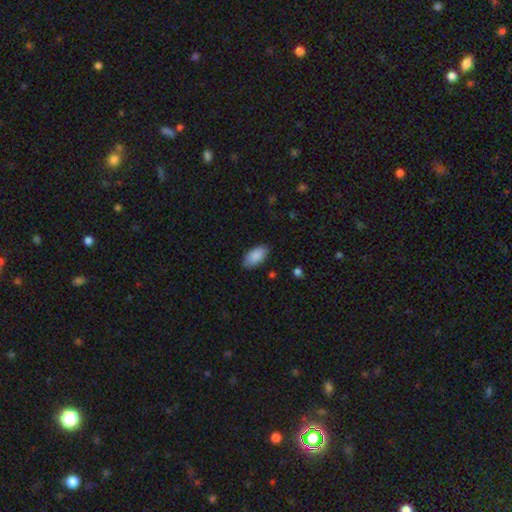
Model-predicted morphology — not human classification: Smooth or featured? Predicted: smooth (p=0.88). How rounded? Predicted: in between (p=0.94). Merging? Predicted: none (p=0.84).